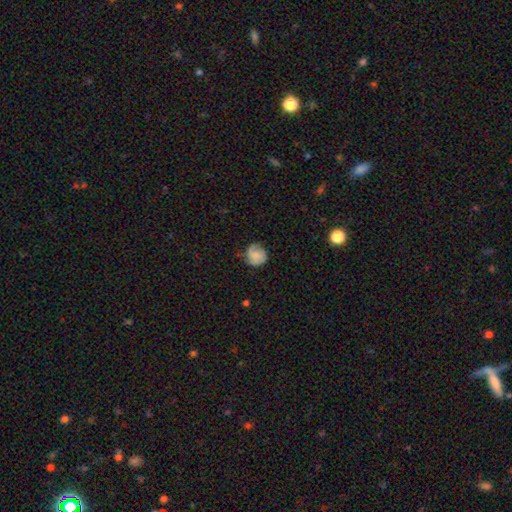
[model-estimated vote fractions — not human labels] smooth 58%, featured or disk 33%, star or artifact 9%. Down the decision tree: how rounded — round (82%); merging — none (65%).